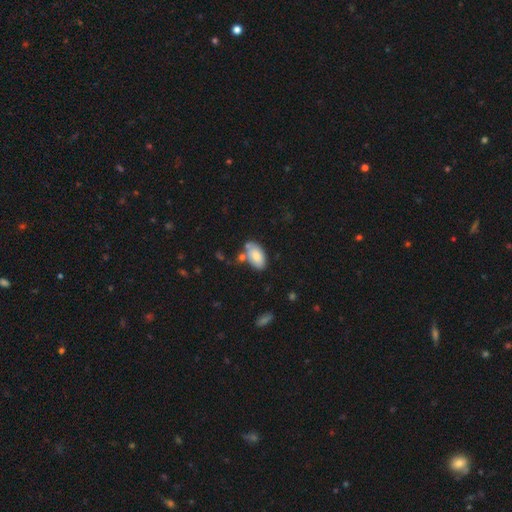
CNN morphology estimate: type=smooth (77%); roundness=in between (94%); merging=none (62%).